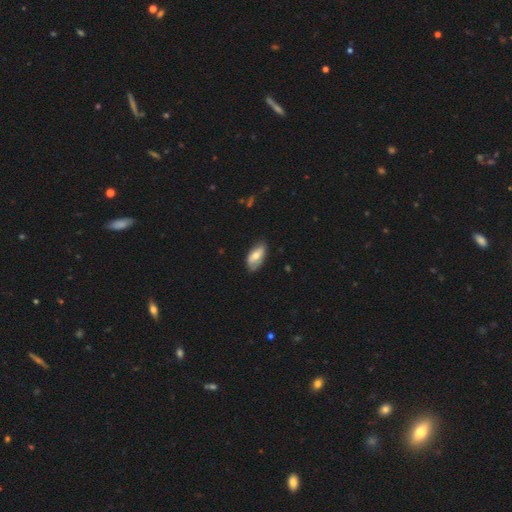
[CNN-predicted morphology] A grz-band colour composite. It shows a smooth galaxy with no disk features (60%) that is in between round and cigar-shaped (92%). Merging: none (72%).